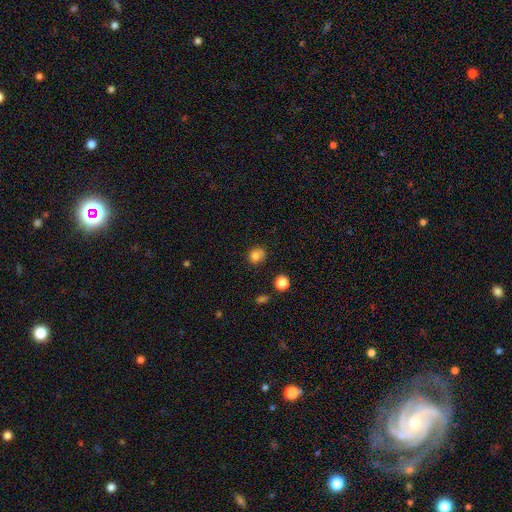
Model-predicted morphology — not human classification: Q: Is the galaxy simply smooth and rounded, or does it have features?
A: smooth — 79%.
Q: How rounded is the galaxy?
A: round — 74%.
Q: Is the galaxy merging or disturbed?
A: none — 61%.